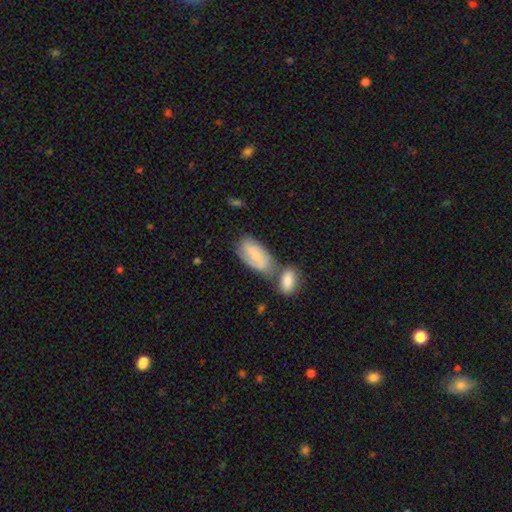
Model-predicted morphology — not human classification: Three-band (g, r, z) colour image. It shows a smooth galaxy with no disk features (49%). Merging: none (39%).